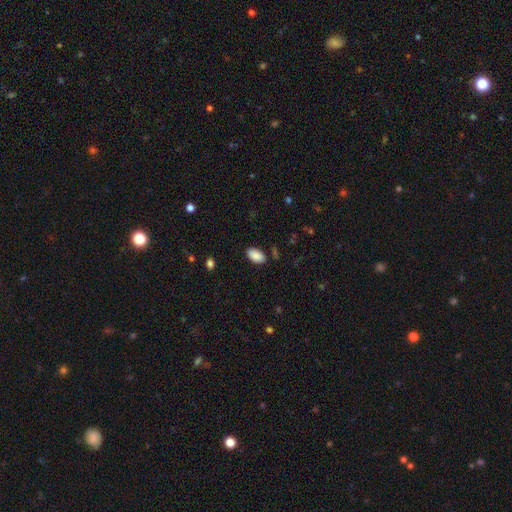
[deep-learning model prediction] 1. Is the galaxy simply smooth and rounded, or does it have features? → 89% smooth, 7% star or artifact, 4% featured or disk.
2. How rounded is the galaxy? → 94% in between, 4% round, 2% cigar-shaped.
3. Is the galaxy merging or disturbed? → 85% none, 11% minor disturbance, 3% major disturbance, 2% merger.